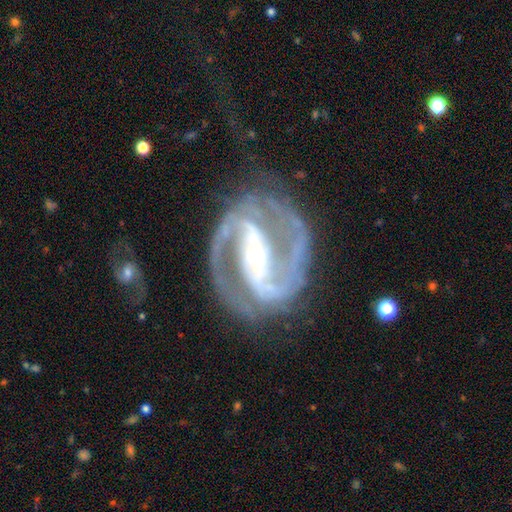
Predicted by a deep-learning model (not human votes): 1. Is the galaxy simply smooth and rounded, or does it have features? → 92% featured or disk, 5% star or artifact, 3% smooth.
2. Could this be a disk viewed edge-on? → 97% no, 3% yes.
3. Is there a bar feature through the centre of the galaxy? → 61% strong, 24% weak, 15% no.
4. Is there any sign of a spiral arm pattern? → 98% yes, 2% no.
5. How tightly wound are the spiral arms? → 53% medium, 36% tight, 11% loose.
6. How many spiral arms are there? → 88% 2, 5% 3, 3% can't tell, 2% 1, 1% 4, 1% more than 4.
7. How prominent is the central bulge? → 50% small, 45% moderate, 3% large, 1% none, 1% dominant.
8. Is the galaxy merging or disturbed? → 72% none, 16% minor disturbance, 10% major disturbance, 2% merger.